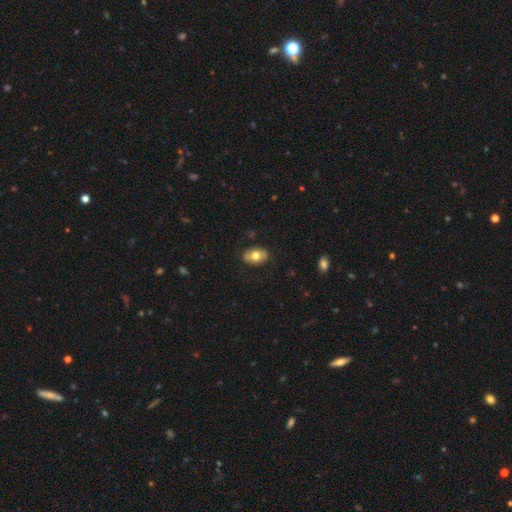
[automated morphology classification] smooth-or-featured: smooth: 68% | featured or disk: 25% | star or artifact: 7%
  how-rounded: in between: 85% | round: 13% | cigar-shaped: 1%
  merging: none: 84% | minor disturbance: 12% | major disturbance: 3% | merger: 1%